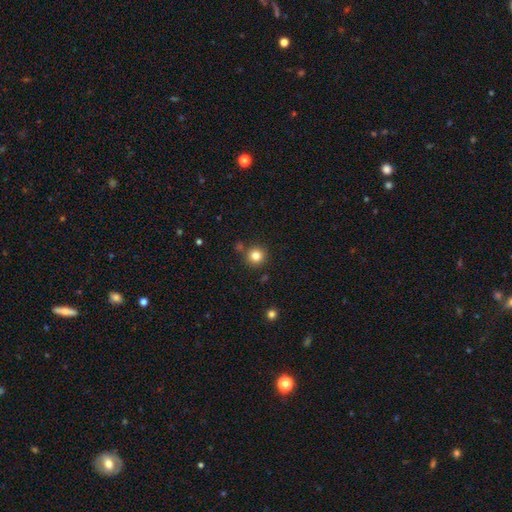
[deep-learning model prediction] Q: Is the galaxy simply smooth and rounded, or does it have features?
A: smooth — 82%.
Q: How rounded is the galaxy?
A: round — 94%.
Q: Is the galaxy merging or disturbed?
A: none — 84%.